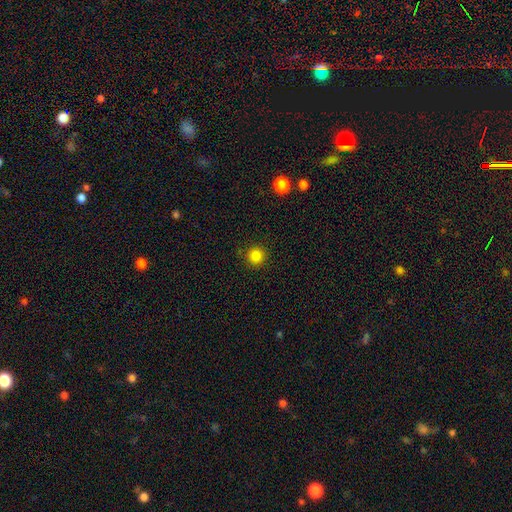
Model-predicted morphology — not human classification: Overall: smooth (84%). How rounded: round (95%). Merging: none (91%).